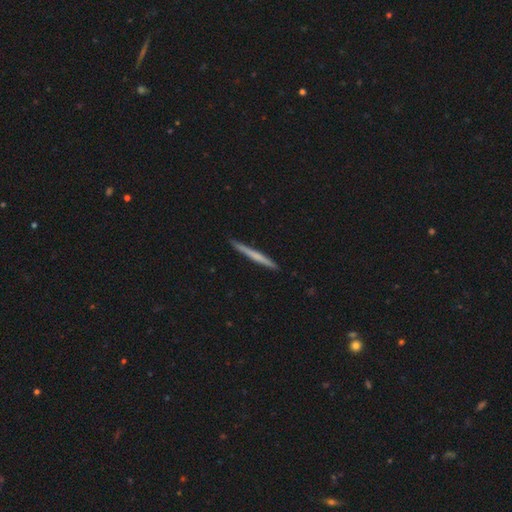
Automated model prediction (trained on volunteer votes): Smooth or featured: smooth — 50% (featured or disk — 44%)
How rounded: cigar-shaped — 97% (in between — 2%)
Merging: none — 91% (minor disturbance — 7%)